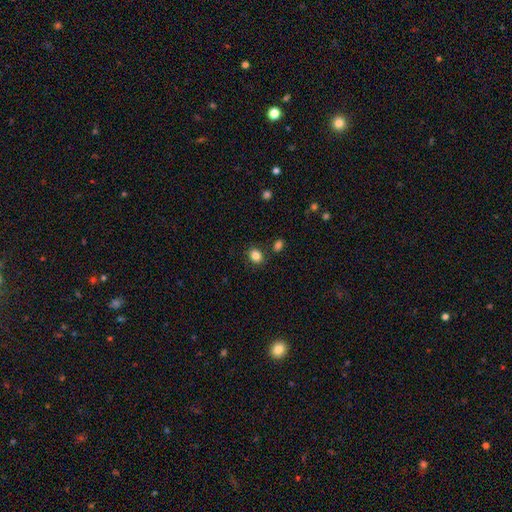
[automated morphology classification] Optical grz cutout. It shows a smooth galaxy with no disk features (85%) that is round (51%). Merging: none (82%).